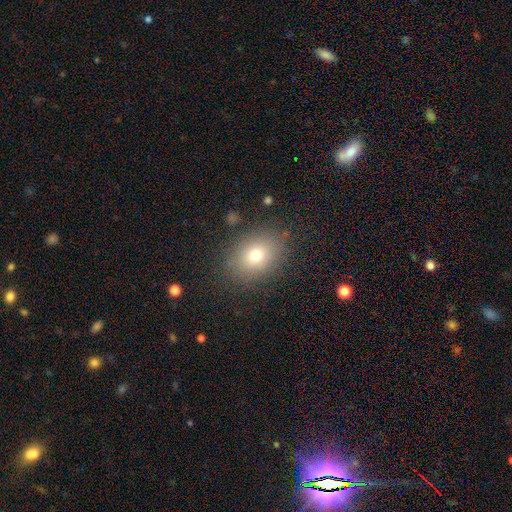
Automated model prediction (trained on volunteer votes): The model was most divided on "how rounded": in between: 64%, round: 35%, cigar-shaped: 1%. More confident: merging — none (85%); smooth or featured — smooth (74%).